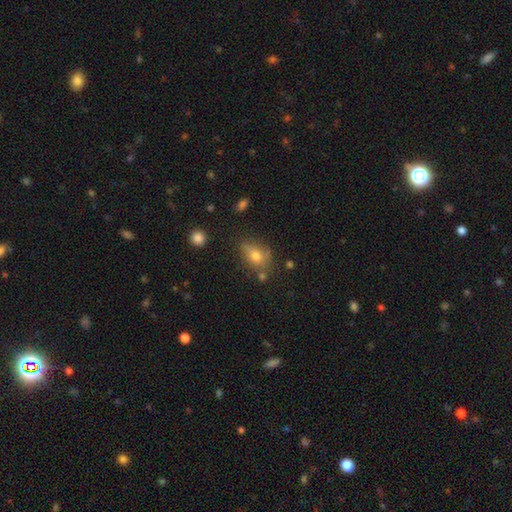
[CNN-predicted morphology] This is likely a smooth galaxy (66%). How rounded: likely in between (71%). Merging: possibly none (56%).